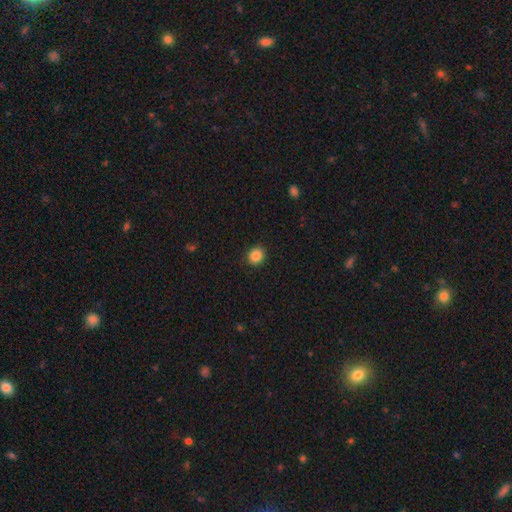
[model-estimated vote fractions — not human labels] Smooth or featured?
  - smooth: 87% *
  - star or artifact: 10%
  - featured or disk: 3%
How rounded?
  - round: 76% *
  - in between: 23%
  - cigar-shaped: 1%
Merging?
  - none: 90% *
  - minor disturbance: 7%
  - major disturbance: 2%
  - merger: 1%